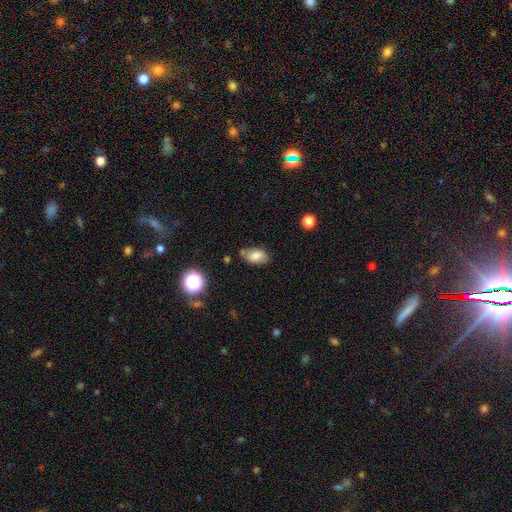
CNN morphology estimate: A smooth galaxy with no disk features (79%) that is in between round and cigar-shaped (91%). Merging: none (68%).